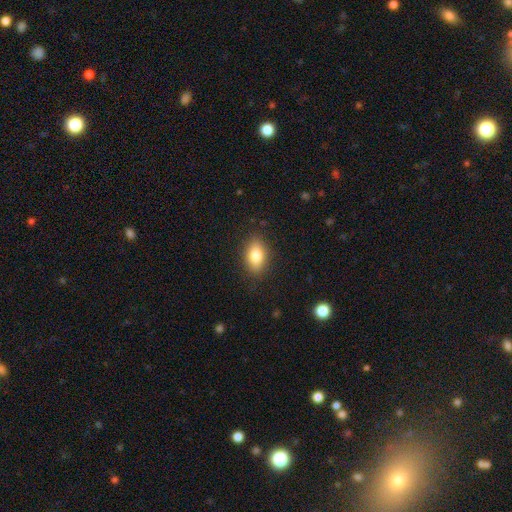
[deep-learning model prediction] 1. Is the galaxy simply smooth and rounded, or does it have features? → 81% smooth, 11% featured or disk, 8% star or artifact.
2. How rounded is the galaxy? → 86% in between, 12% round, 3% cigar-shaped.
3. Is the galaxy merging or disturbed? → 86% none, 10% minor disturbance, 3% major disturbance, 1% merger.